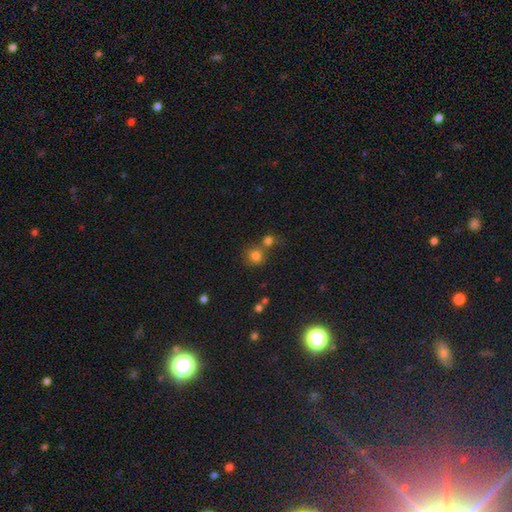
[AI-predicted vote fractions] smooth 78%, star or artifact 15%, featured or disk 7%. Down the decision tree: how rounded — round (89%); merging — none (53%).